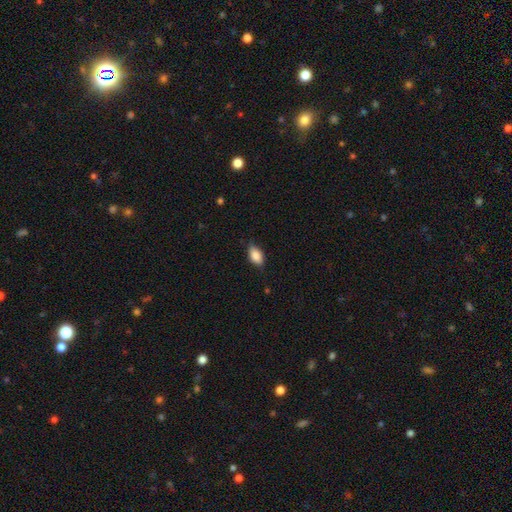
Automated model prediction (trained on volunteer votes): The model was most divided on "merging": none: 79%, minor disturbance: 18%, major disturbance: 3%, merger: 1%. More confident: how rounded — in between (90%); smooth or featured — smooth (85%).